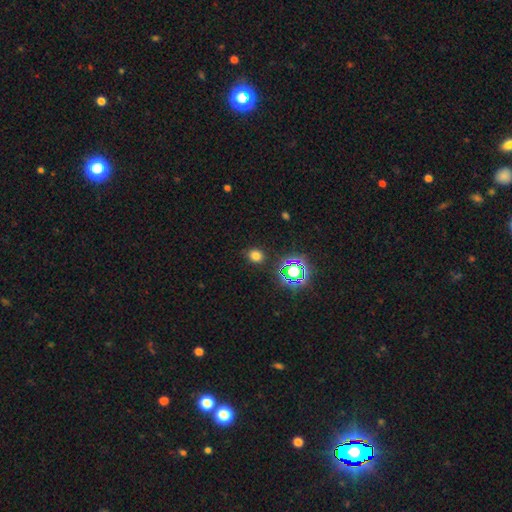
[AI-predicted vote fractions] Smooth or featured: smooth — 71% (star or artifact — 24%)
How rounded: round — 68% (in between — 31%)
Merging: none — 85% (minor disturbance — 10%)